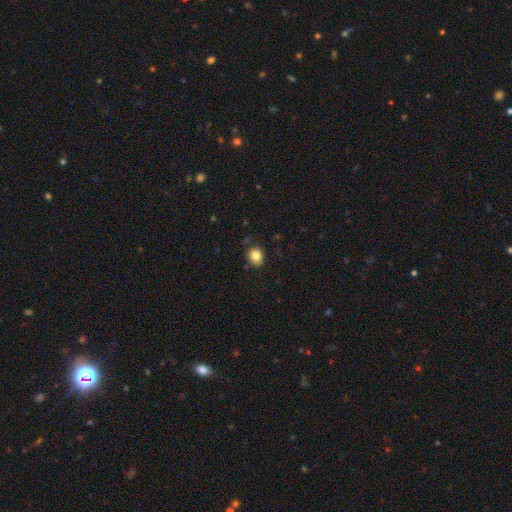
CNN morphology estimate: A smooth galaxy with no disk features (83%) that is round (66%). Merging: none (82%).